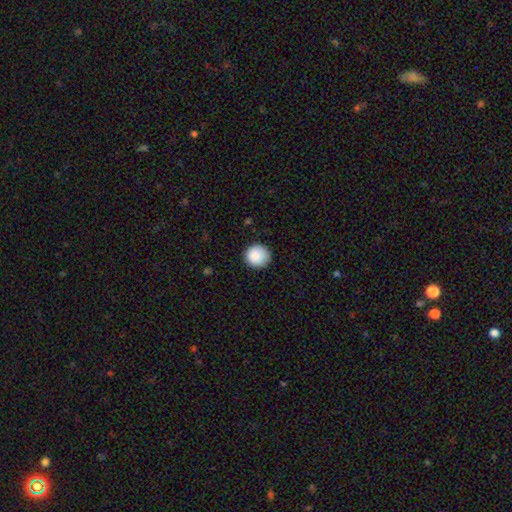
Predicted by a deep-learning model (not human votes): A smooth galaxy with no disk features (88%) that is round (94%). Merging: none (88%).